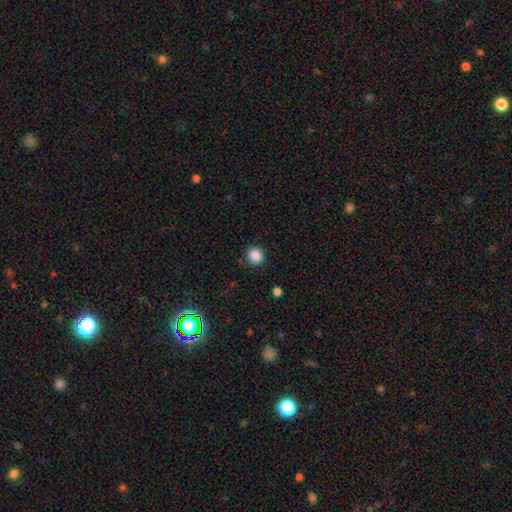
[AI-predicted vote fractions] A smooth galaxy with no disk features (87%) that is round (91%).

Vote fractions:
- Smooth or featured? smooth: 87% / star or artifact: 11% / featured or disk: 3%
- How rounded? round: 91% / in between: 8% / cigar-shaped: 1%
- Merging? none: 89% / minor disturbance: 8% / major disturbance: 3% / merger: 1%